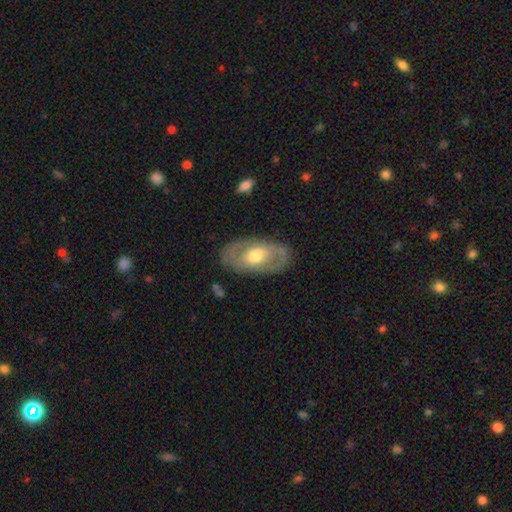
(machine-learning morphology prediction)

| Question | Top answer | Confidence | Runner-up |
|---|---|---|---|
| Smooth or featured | featured or disk | 61% | smooth (34%) |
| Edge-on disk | no | 90% | yes (10%) |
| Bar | no | 65% | weak (26%) |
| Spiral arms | no | 57% | yes (43%) |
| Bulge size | moderate | 70% | small (14%) |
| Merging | none | 81% | minor disturbance (13%) |